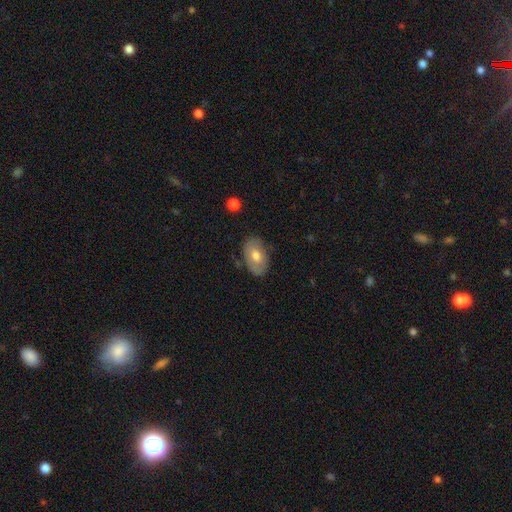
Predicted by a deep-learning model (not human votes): Morphology: type=smooth (63%); roundness=in between (89%); merging=none (77%).